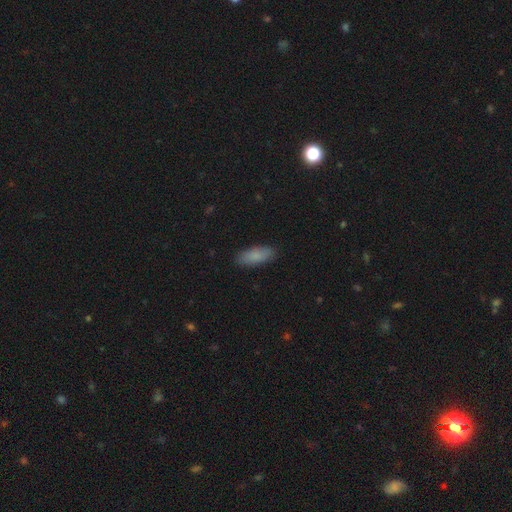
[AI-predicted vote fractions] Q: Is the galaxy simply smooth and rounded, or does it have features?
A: smooth — 85%.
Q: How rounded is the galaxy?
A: in between — 75%.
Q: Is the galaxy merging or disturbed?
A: none — 88%.